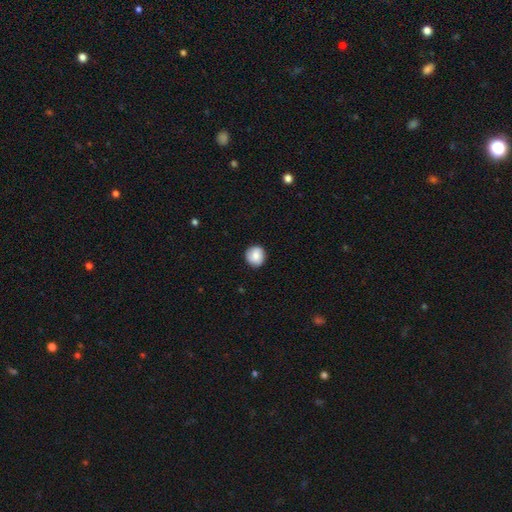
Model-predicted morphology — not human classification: Smooth or featured? smooth (81%)
How rounded? round (90%)
Merging? none (89%)